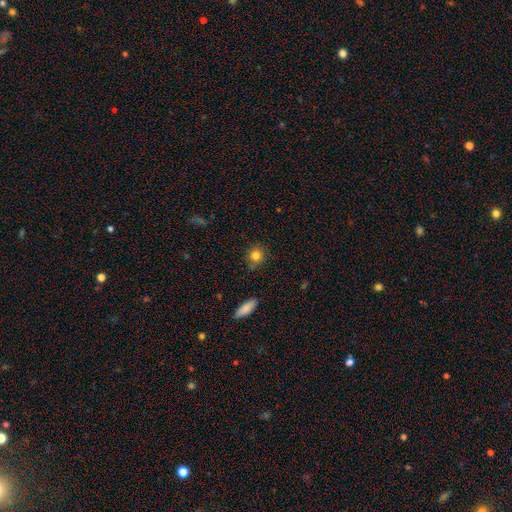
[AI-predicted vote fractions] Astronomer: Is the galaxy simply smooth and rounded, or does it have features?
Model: smooth — 81%.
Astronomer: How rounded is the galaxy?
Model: round — 85%.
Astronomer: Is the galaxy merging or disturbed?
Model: none — 84%.